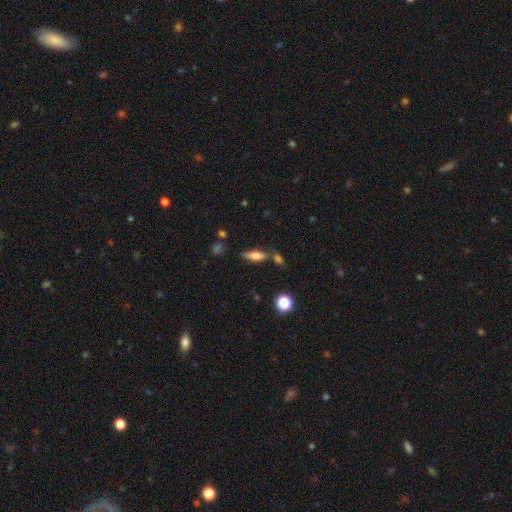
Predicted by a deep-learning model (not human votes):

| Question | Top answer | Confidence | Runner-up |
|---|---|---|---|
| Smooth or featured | smooth | 59% | featured or disk (32%) |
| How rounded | cigar-shaped | 48% | tied: in between (48%) |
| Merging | none | 66% | merger (15%) |